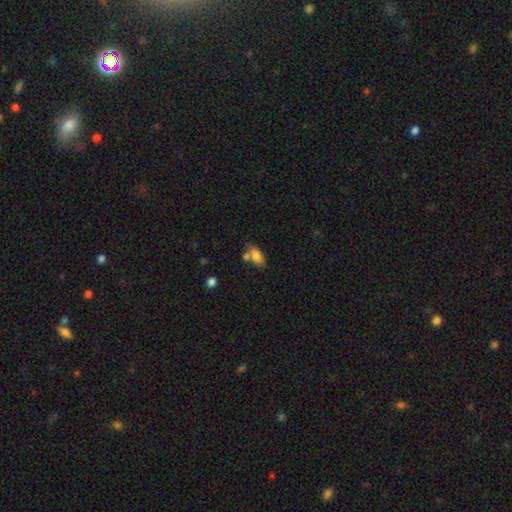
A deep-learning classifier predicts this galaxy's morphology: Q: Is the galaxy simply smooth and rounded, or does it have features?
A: smooth — 81%.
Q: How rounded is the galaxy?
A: in between — 87%.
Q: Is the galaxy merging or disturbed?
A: none — 57%.